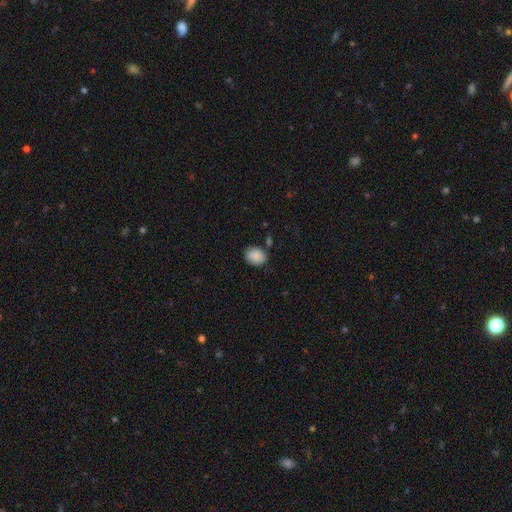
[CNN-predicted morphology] Smooth or featured: smooth — 87% (star or artifact — 8%)
How rounded: in between — 58% (round — 41%)
Merging: none — 73% (minor disturbance — 18%)